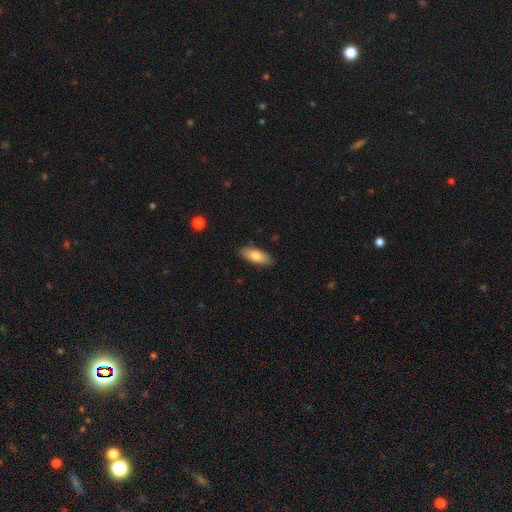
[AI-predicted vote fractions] The model was most divided on "how rounded": in between: 75%, cigar-shaped: 23%, round: 2%. More confident: merging — none (87%); smooth or featured — smooth (78%).